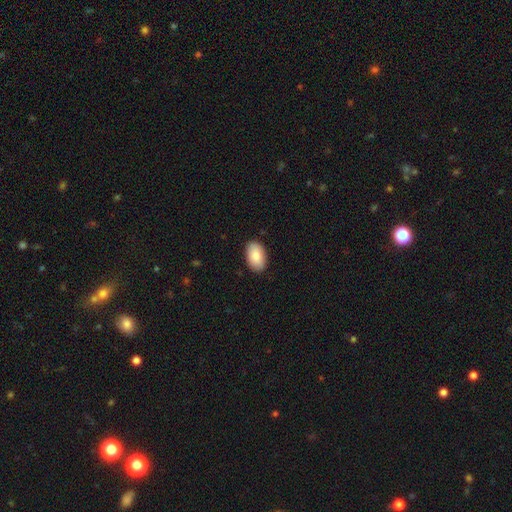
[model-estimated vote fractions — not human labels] smooth-or-featured: smooth: 85% | featured or disk: 9% | star or artifact: 6%
  how-rounded: in between: 93% | round: 5% | cigar-shaped: 1%
  merging: none: 88% | minor disturbance: 9% | major disturbance: 2% | merger: 1%